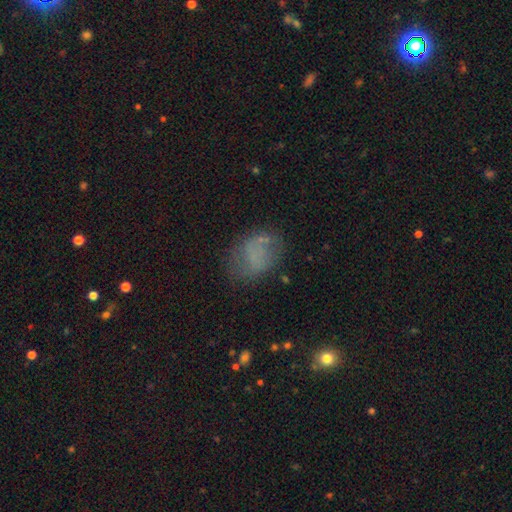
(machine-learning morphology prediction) The model was most divided on "smooth or featured": smooth: 55%, featured or disk: 31%, star or artifact: 15%. More confident: how rounded — in between (68%); merging — none (57%).